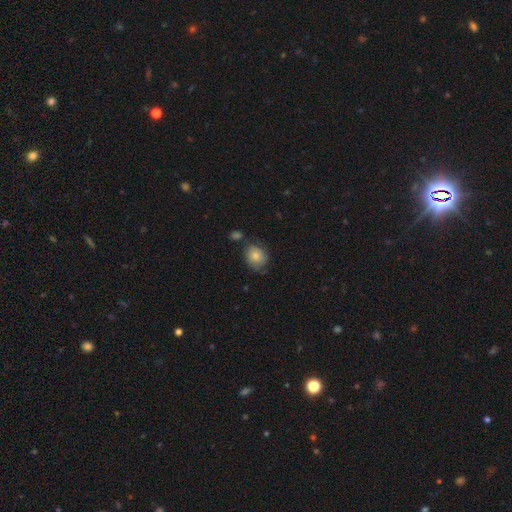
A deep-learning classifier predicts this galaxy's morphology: Smooth or featured: smooth — 77% (featured or disk — 14%)
How rounded: round — 68% (in between — 31%)
Merging: none — 61% (minor disturbance — 25%)